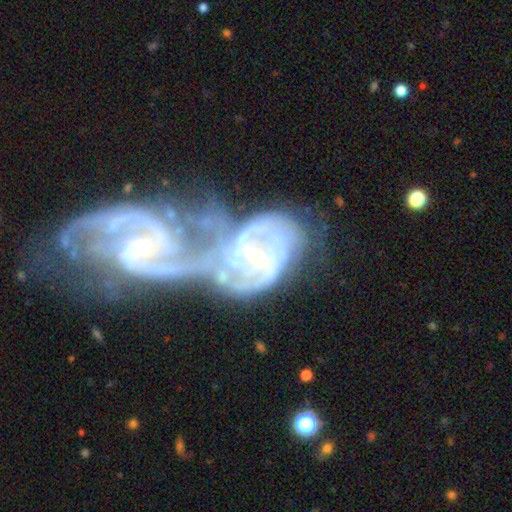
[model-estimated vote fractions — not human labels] Overall: featured or disk (89%). Edge-on disk: no (97%). Bar: no (51%; weak 34%). Spiral arms: yes (94%). Spiral arm count: 2 (53%; can't tell 22%). Spiral winding: tight (48%; medium 40%). Bulge size: small (52%; moderate 43%). Merging: merger (81%).